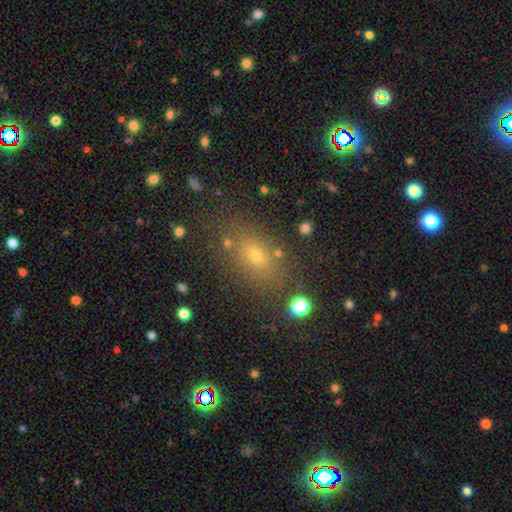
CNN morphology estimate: Q: Smooth or featured?
A: smooth (66%); runner-up: star or artifact (19%)
Q: How rounded?
A: in between (73%); runner-up: round (23%)
Q: Merging?
A: none (79%); runner-up: minor disturbance (12%)